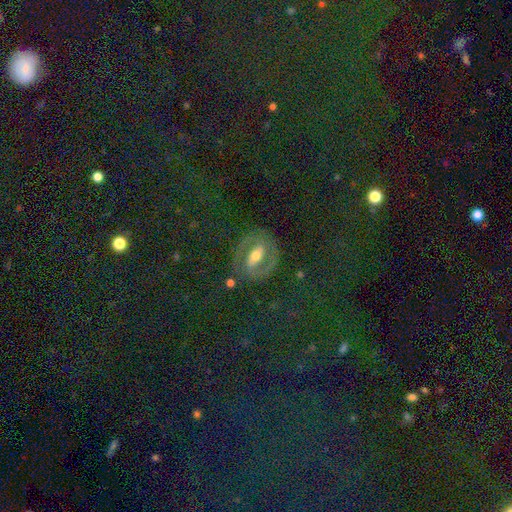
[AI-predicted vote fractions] featured or disk 54%, smooth 23%, star or artifact 22%. Down the decision tree: edge-on disk — no (89%); merging — none (80%).